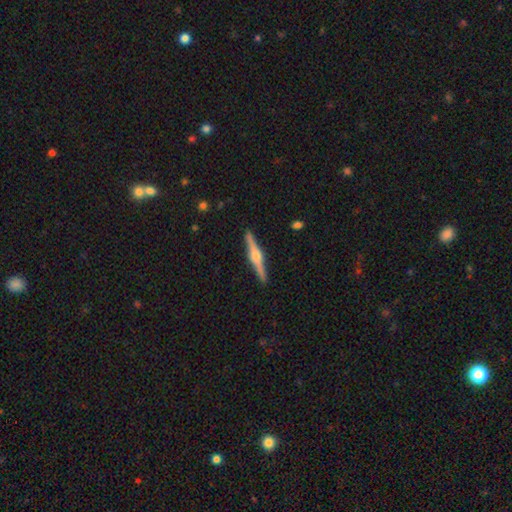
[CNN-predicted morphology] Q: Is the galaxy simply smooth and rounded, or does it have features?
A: featured or disk — 80%.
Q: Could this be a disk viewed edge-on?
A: yes — 98%.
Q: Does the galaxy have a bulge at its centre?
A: rounded — 93%.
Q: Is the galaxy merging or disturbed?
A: none — 92%.